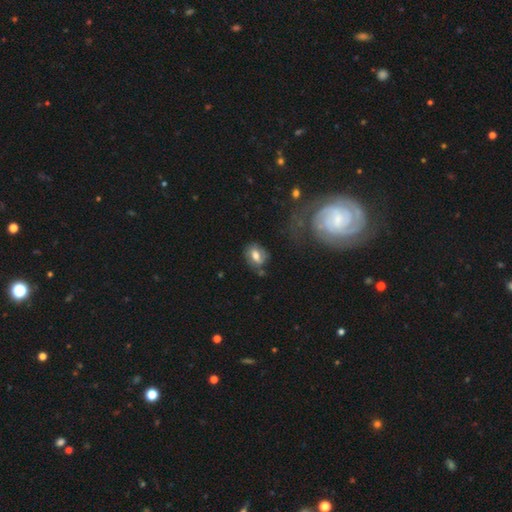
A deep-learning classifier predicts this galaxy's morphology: This is possibly a smooth galaxy (51%). How rounded: likely in between (72%). Merging: possibly none (60%).